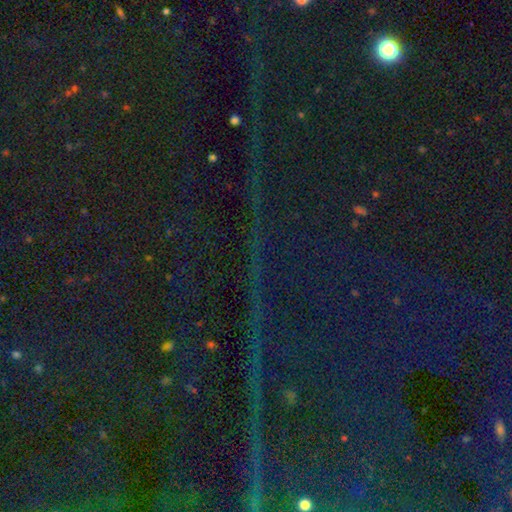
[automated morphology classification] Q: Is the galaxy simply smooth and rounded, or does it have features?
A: star or artifact — 87%.